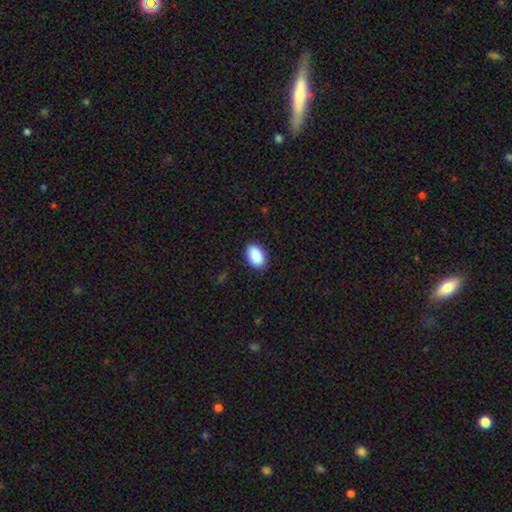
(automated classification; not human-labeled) A smooth galaxy with no disk features (90%) that is in between round and cigar-shaped (91%).

Vote fractions:
- Smooth or featured? smooth: 90% / star or artifact: 6% / featured or disk: 3%
- How rounded? in between: 91% / round: 8% / cigar-shaped: 1%
- Merging? none: 89% / minor disturbance: 8% / major disturbance: 2% / merger: 1%